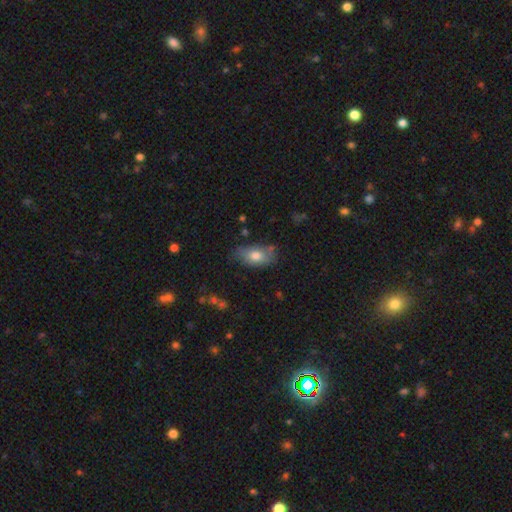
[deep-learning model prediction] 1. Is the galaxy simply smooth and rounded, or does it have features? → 72% smooth, 21% featured or disk, 7% star or artifact.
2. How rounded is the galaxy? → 89% in between, 7% round, 4% cigar-shaped.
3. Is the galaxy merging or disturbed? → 61% none, 28% minor disturbance, 8% major disturbance, 4% merger.